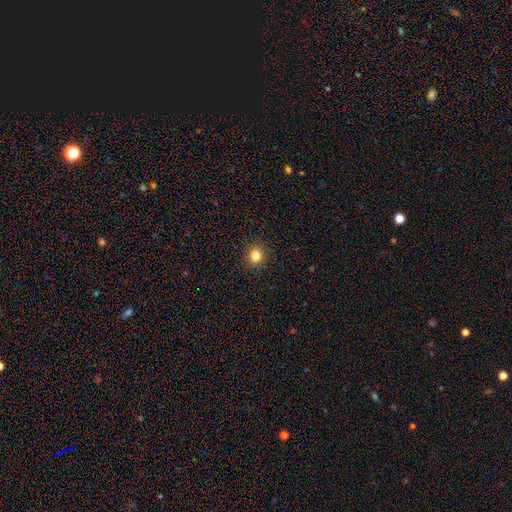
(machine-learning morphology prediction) Smooth or featured? Predicted: smooth (p=0.82). How rounded? Predicted: round (p=0.89). Merging? Predicted: none (p=0.91).